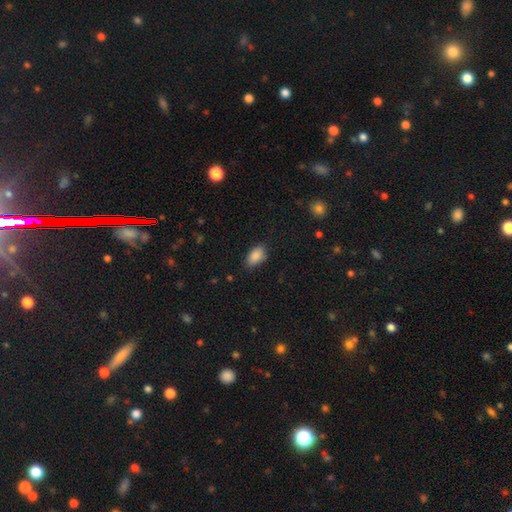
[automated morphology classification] Q: Smooth or featured?
A: smooth (88%); runner-up: star or artifact (7%)
Q: How rounded?
A: in between (92%); runner-up: round (5%)
Q: Merging?
A: none (79%); runner-up: minor disturbance (17%)